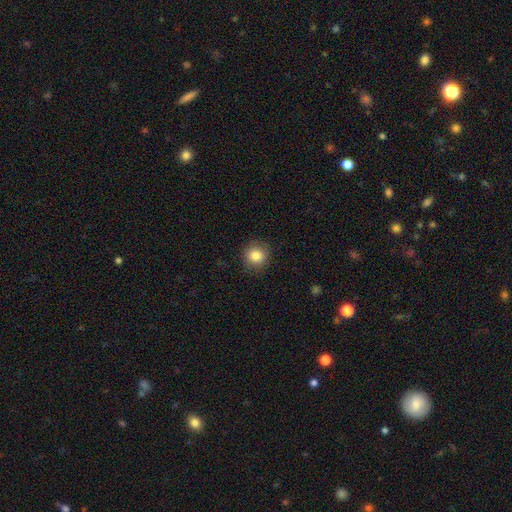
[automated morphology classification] Smooth or featured? smooth (84%)
How rounded? round (88%)
Merging? none (87%)